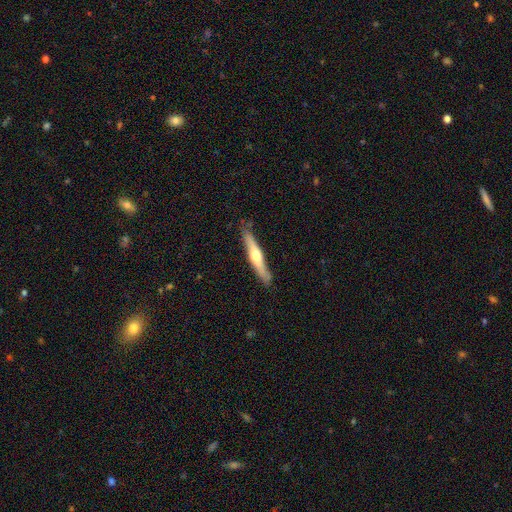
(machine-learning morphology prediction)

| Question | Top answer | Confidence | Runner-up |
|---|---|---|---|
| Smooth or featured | featured or disk | 55% | smooth (40%) |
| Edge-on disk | yes | 92% | no (8%) |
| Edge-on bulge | rounded | 87% | none (9%) |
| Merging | none | 81% | minor disturbance (14%) |